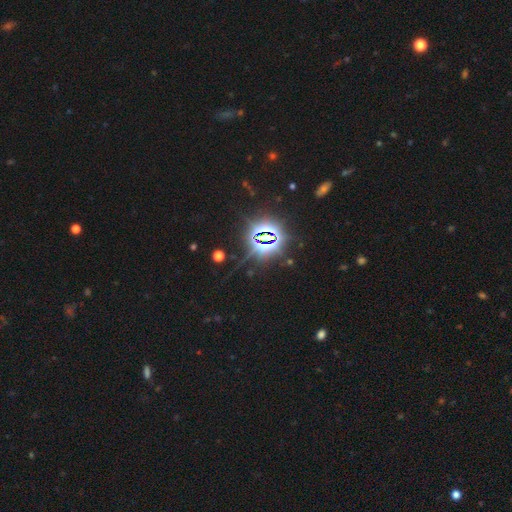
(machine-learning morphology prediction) Smooth or featured?
  - star or artifact: 82% *
  - smooth: 11%
  - featured or disk: 8%